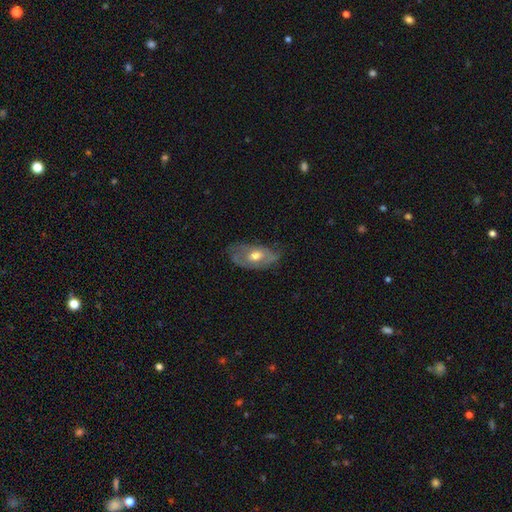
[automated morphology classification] Smooth or featured?
  - featured or disk: 52% *
  - smooth: 42%
  - star or artifact: 6%
Edge-on disk?
  - no: 86% *
  - yes: 14%
Merging?
  - none: 55% *
  - minor disturbance: 32%
  - major disturbance: 12%
  - merger: 1%